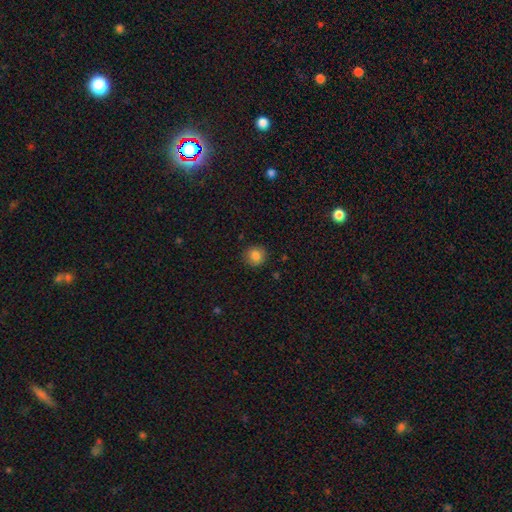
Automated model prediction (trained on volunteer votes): Smooth or featured?
  - smooth: 83% *
  - star or artifact: 11%
  - featured or disk: 6%
How rounded?
  - round: 89% *
  - in between: 10%
  - cigar-shaped: 1%
Merging?
  - none: 90% *
  - minor disturbance: 7%
  - major disturbance: 2%
  - merger: 1%